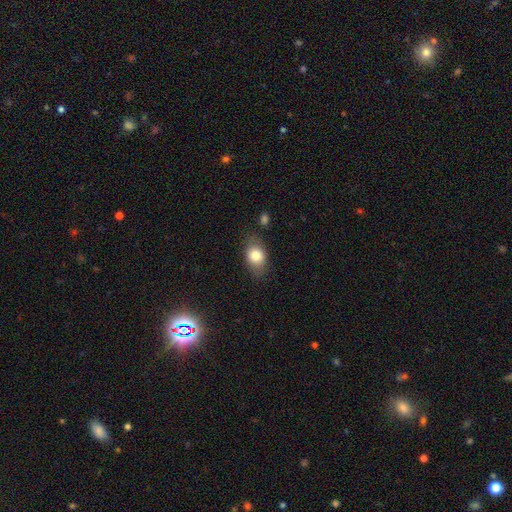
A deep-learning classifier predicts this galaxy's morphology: A smooth galaxy with no disk features (79%) that is in between round and cigar-shaped (75%). Merging: none (77%).